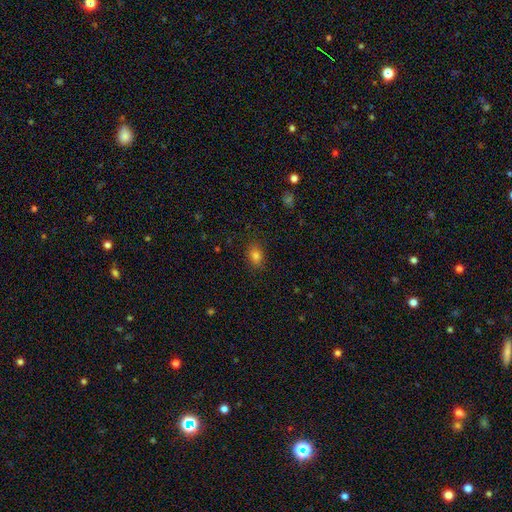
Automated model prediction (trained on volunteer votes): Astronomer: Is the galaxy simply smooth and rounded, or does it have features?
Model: smooth — 82%.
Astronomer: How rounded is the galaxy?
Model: in between — 67%.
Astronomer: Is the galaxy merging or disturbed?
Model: none — 85%.